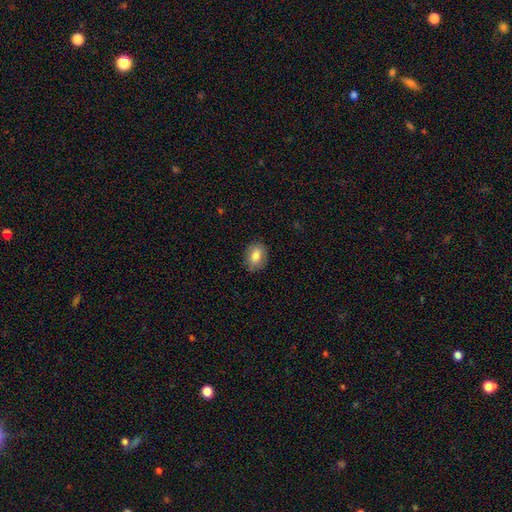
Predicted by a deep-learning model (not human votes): Smooth or featured? smooth (81%)
How rounded? in between (71%)
Merging? none (85%)